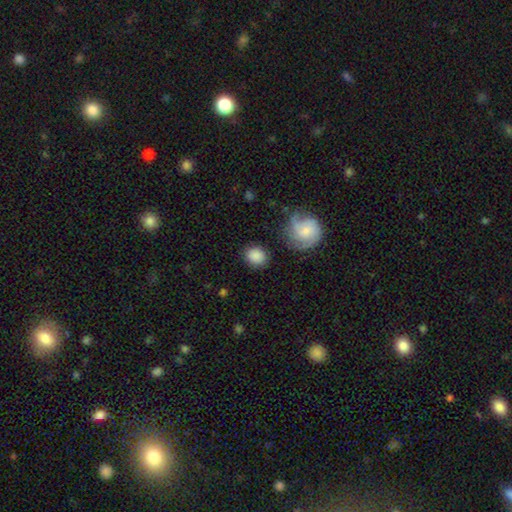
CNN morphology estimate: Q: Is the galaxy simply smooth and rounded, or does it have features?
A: smooth — 83%.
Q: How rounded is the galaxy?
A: round — 73%.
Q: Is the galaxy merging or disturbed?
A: none — 80%.